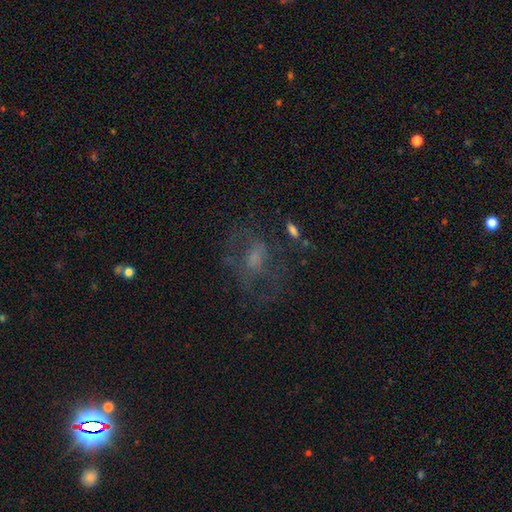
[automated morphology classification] A featured or disk galaxy (50%).

Vote fractions:
- Smooth or featured? featured or disk: 50% / smooth: 32% / star or artifact: 19%
- Merging? none: 50% / major disturbance: 29% / minor disturbance: 18% / merger: 4%